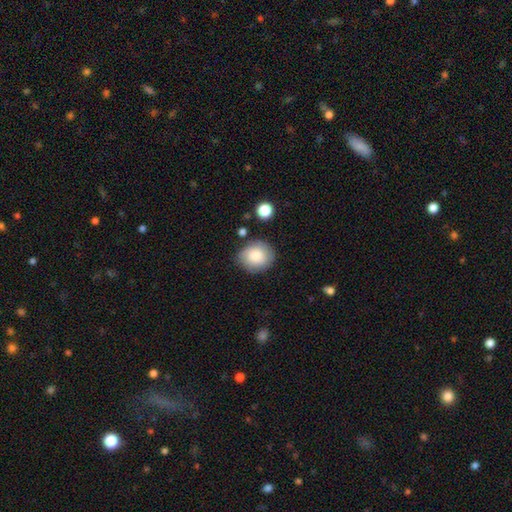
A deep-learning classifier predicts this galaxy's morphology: Overall: smooth (82%). How rounded: round (68%; in between 31%). Merging: none (75%).